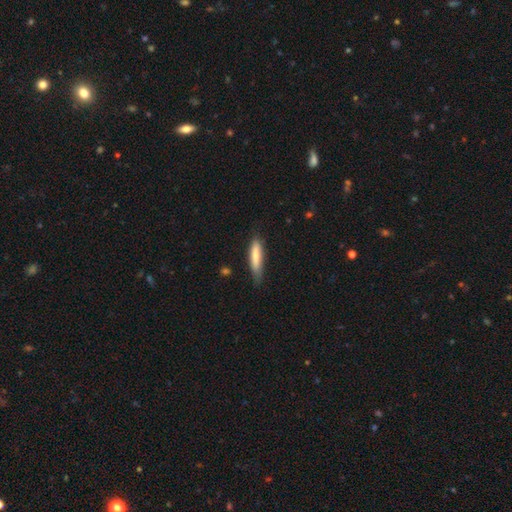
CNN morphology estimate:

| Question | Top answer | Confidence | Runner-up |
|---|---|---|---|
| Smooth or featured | smooth | 75% | featured or disk (19%) |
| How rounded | cigar-shaped | 79% | in between (20%) |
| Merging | none | 70% | minor disturbance (24%) |